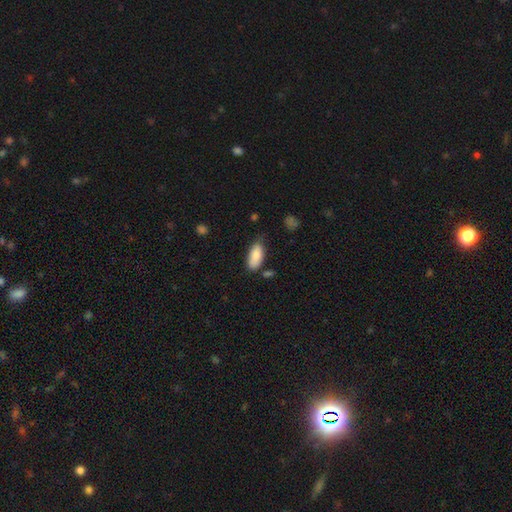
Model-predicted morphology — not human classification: Overall: smooth (85%). How rounded: in between (89%). Merging: none (64%; minor disturbance 26%).